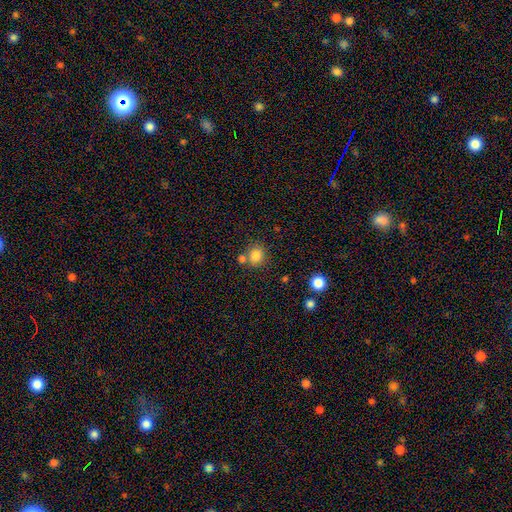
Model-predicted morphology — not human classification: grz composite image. It shows a smooth galaxy with no disk features (82%) that is round (83%). Merging: none (67%).